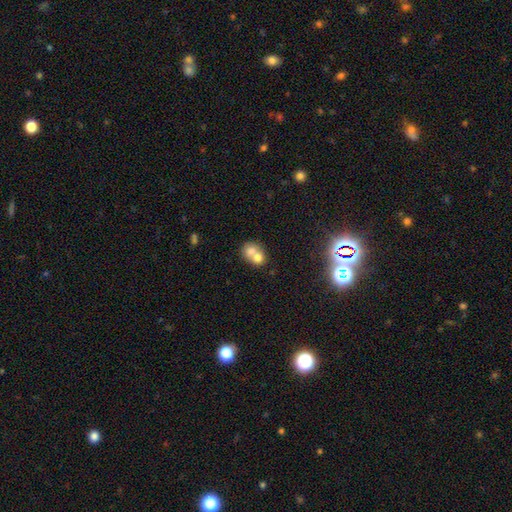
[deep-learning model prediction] This appears to be a smooth galaxy with no disk features (68%) that is round (67%). Merging: merger (68%).